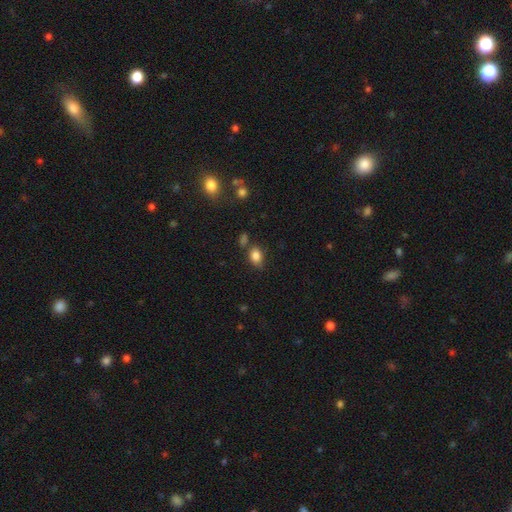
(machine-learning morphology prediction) type=smooth (83%); roundness=in between (71%); merging=none (63%).